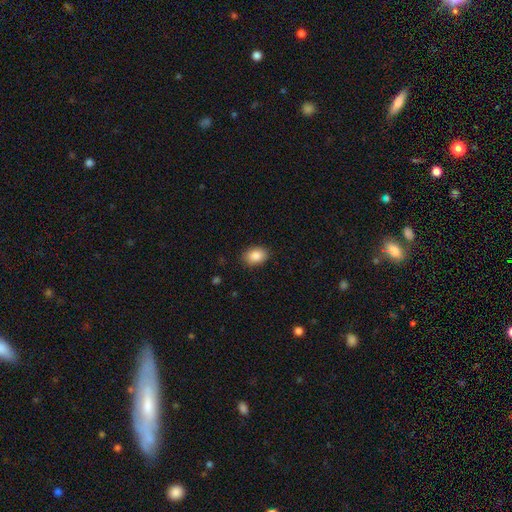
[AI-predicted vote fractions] This appears to be a smooth galaxy with no disk features (87%) that is in between round and cigar-shaped (78%). Merging: none (87%).